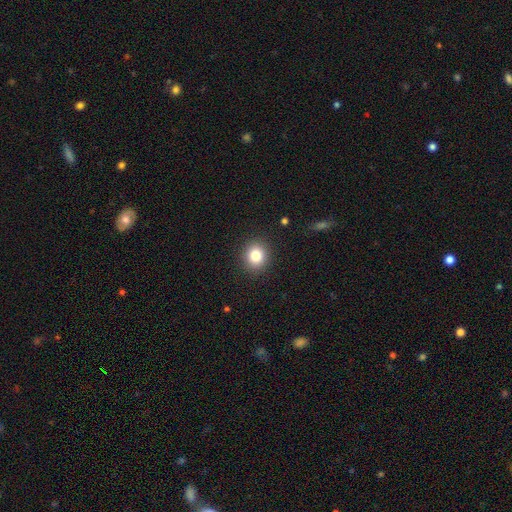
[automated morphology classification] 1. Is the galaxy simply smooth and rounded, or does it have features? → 81% smooth, 11% star or artifact, 7% featured or disk.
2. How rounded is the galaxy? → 79% round, 21% in between, 1% cigar-shaped.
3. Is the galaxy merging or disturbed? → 90% none, 7% minor disturbance, 2% major disturbance, 1% merger.